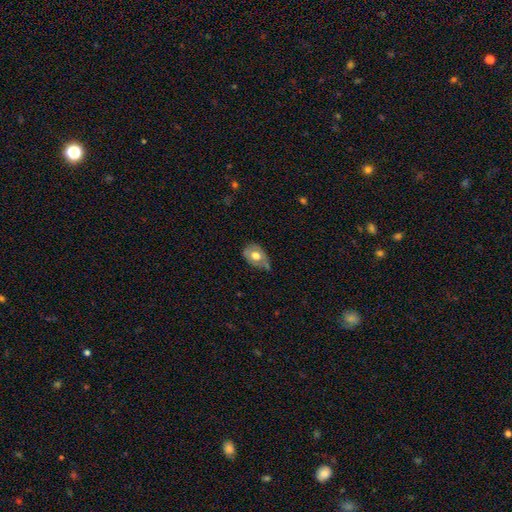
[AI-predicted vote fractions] Morphology: type=smooth (58%); roundness=in between (78%); merging=none (49%).